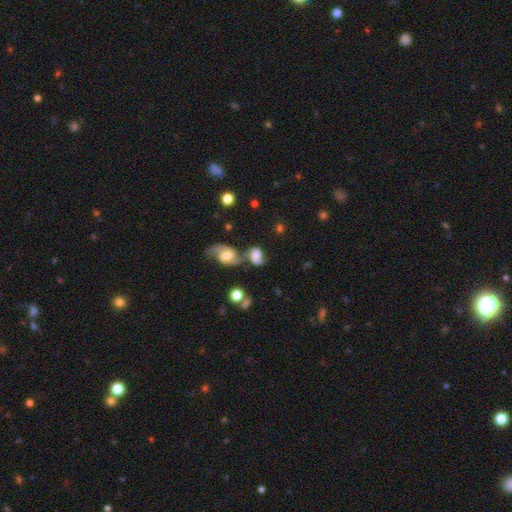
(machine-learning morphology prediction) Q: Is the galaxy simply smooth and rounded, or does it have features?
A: smooth — 46%.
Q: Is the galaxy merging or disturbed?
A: merger — 40%.